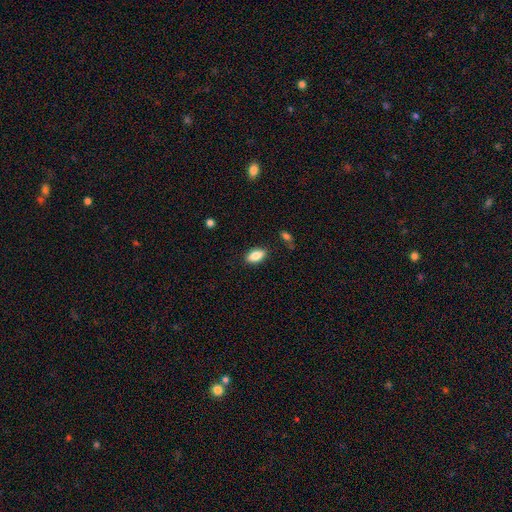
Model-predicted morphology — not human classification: smooth_or_featured: smooth (p=0.85) [alt: featured or disk p=0.08]
how_rounded: in between (p=0.89) [alt: cigar-shaped p=0.07]
merging: none (p=0.86) [alt: minor disturbance p=0.10]